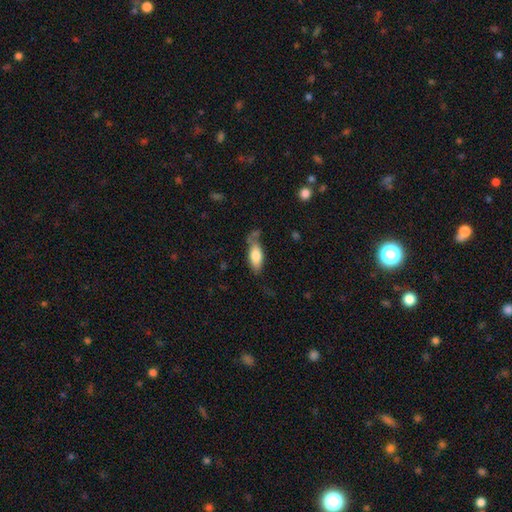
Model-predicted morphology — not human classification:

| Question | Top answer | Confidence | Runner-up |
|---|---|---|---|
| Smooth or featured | smooth | 75% | featured or disk (18%) |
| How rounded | in between | 79% | cigar-shaped (19%) |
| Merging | none | 50% | minor disturbance (29%) |